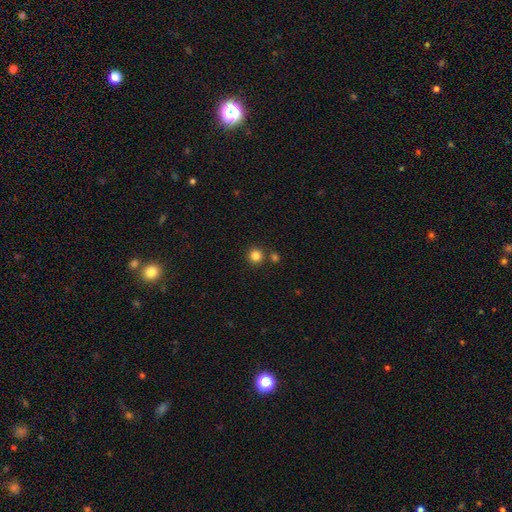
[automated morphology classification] smooth 84%, star or artifact 12%, featured or disk 4%. Down the decision tree: how rounded — round (94%); merging — none (82%).